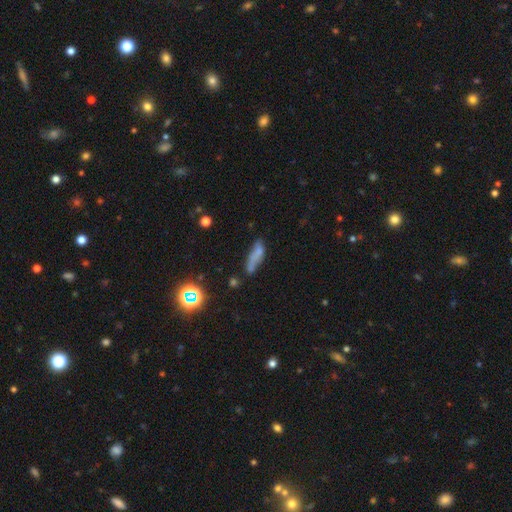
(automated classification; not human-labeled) Morphology: type=smooth (62%); roundness=cigar-shaped (61%); merging=none (46%).